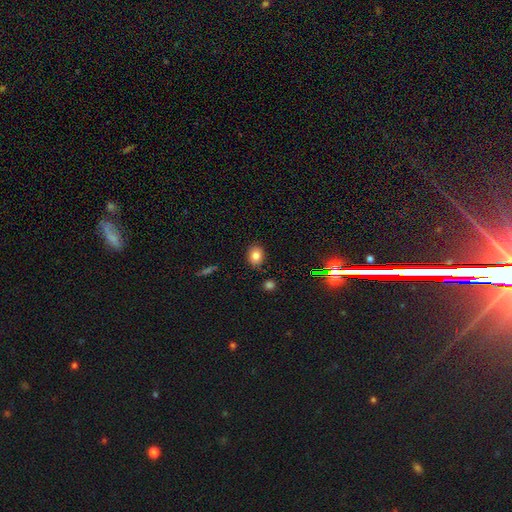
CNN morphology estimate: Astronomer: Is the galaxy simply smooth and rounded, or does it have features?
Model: smooth — 81%.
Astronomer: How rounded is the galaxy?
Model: in between — 55% (runner-up: round, 44%).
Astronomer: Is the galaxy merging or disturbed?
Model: none — 85%.